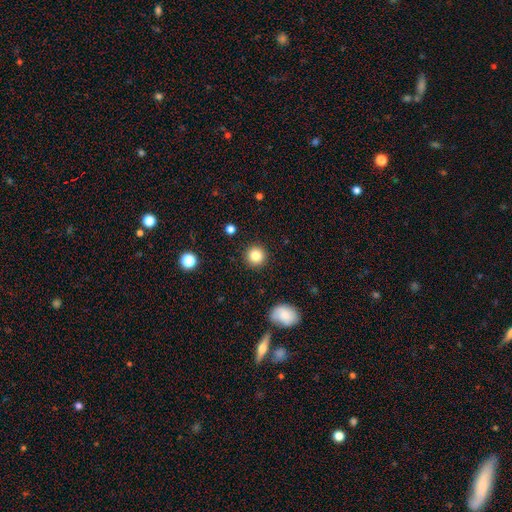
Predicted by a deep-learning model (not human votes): smooth_or_featured: smooth (p=0.84) [alt: star or artifact p=0.10]
how_rounded: round (p=0.94) [alt: in between p=0.05]
merging: none (p=0.91) [alt: minor disturbance p=0.05]